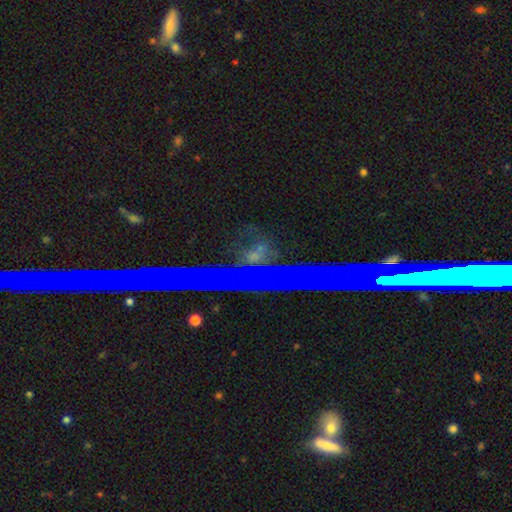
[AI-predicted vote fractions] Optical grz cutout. It shows a star or artifact, not a galaxy (67%).